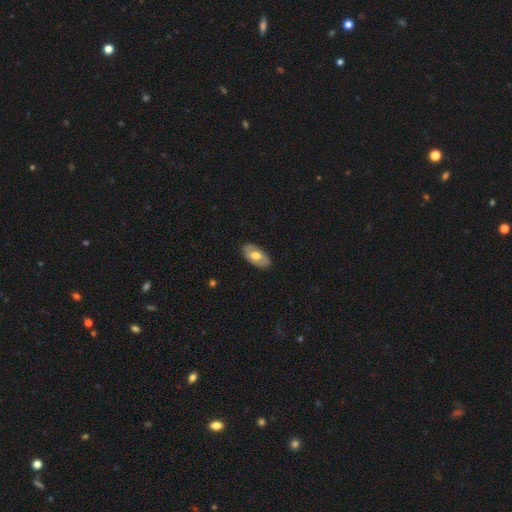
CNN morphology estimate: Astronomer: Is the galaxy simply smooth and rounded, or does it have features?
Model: smooth — 54% (runner-up: featured or disk, 40%).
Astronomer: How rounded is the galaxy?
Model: in between — 93%.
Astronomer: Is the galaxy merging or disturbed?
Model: none — 85%.